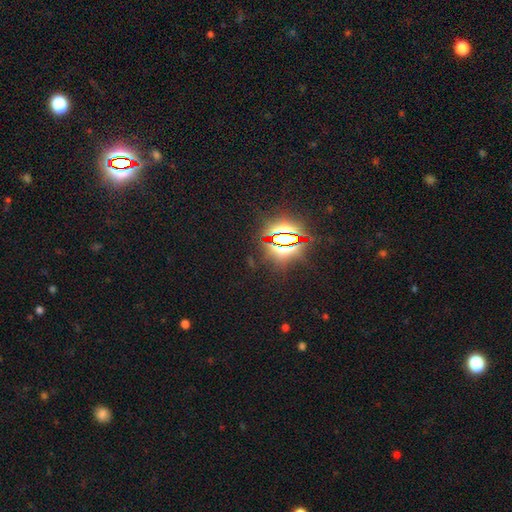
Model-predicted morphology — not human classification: The model was most divided on "smooth or featured": star or artifact: 85%, smooth: 8%, featured or disk: 6%.